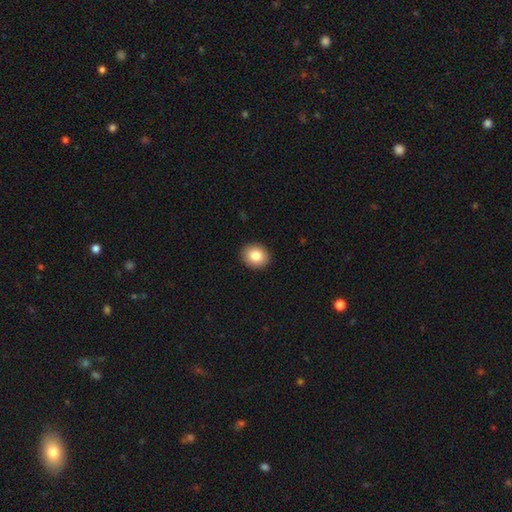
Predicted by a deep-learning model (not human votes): This is clearly a smooth galaxy (85%). How rounded: likely round (64%). Merging: clearly none (92%).